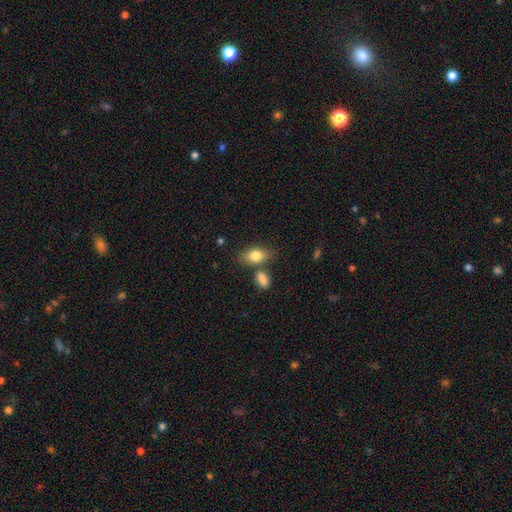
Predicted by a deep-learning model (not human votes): A smooth galaxy with no disk features (79%) that is in between round and cigar-shaped (84%).

Vote fractions:
- Smooth or featured? smooth: 79% / featured or disk: 13% / star or artifact: 7%
- How rounded? in between: 84% / round: 11% / cigar-shaped: 6%
- Merging? none: 64% / merger: 18% / minor disturbance: 15% / major disturbance: 4%